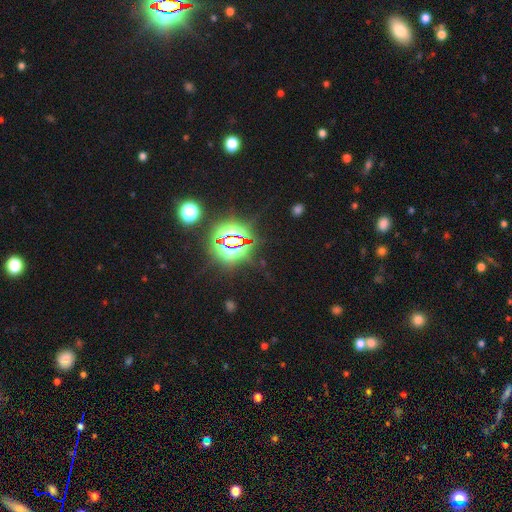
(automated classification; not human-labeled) Q: Smooth or featured?
A: star or artifact (82%); runner-up: smooth (11%)